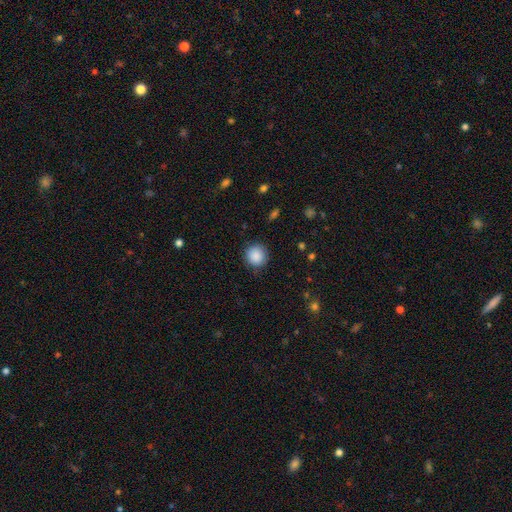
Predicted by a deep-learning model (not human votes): This is clearly a smooth galaxy (88%). How rounded: clearly round (93%). Merging: clearly none (87%).